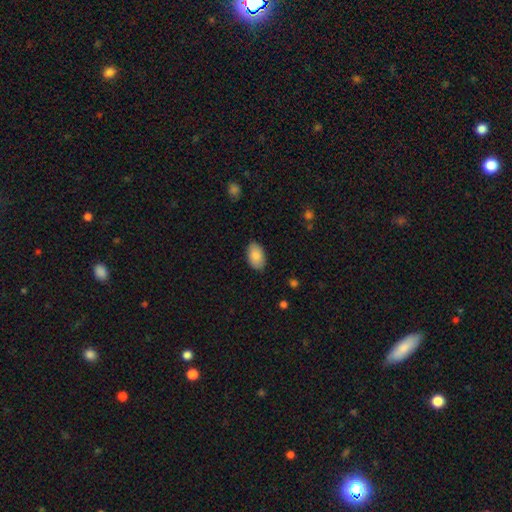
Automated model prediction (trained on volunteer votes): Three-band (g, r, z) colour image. It shows a smooth galaxy with no disk features (87%) that is in between round and cigar-shaped (94%). Merging: none (86%).